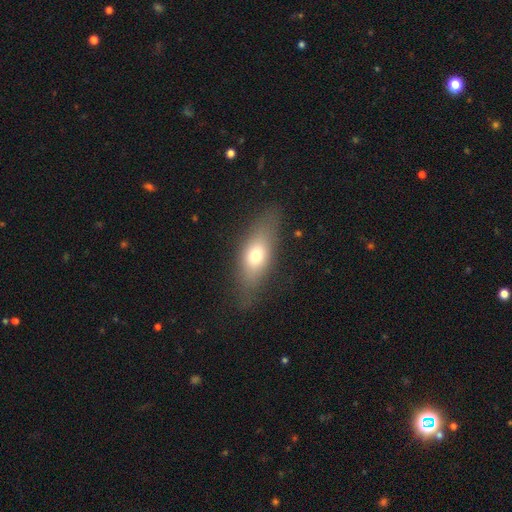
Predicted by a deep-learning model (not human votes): smooth_or_featured: smooth (p=0.67) [alt: featured or disk p=0.23]
how_rounded: in between (p=0.71) [alt: cigar-shaped p=0.20]
merging: none (p=0.77) [alt: minor disturbance p=0.15]